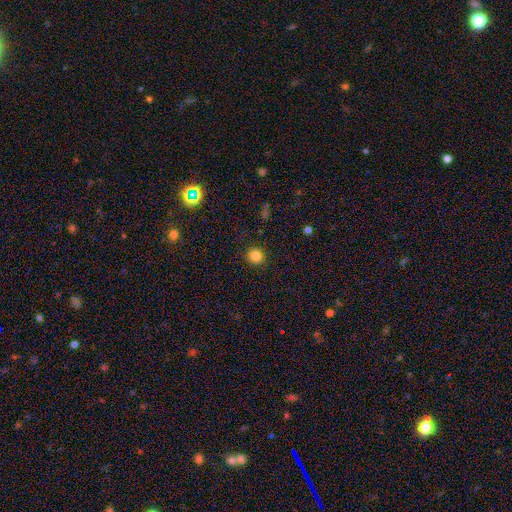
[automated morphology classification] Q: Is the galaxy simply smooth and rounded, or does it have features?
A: smooth — 83%.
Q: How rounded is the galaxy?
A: round — 90%.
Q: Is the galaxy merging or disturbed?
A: none — 91%.